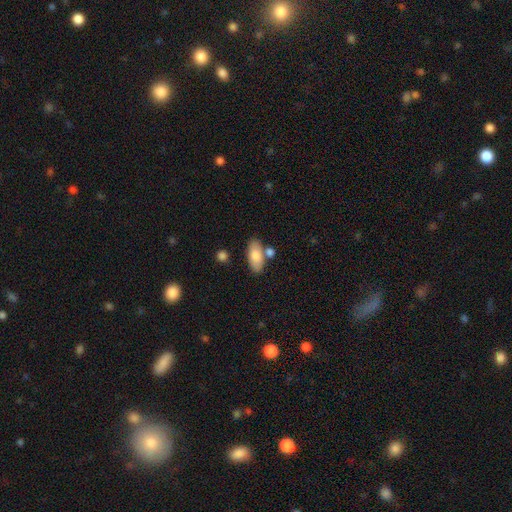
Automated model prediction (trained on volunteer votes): Overall: smooth (81%). How rounded: in between (90%). Merging: none (69%).